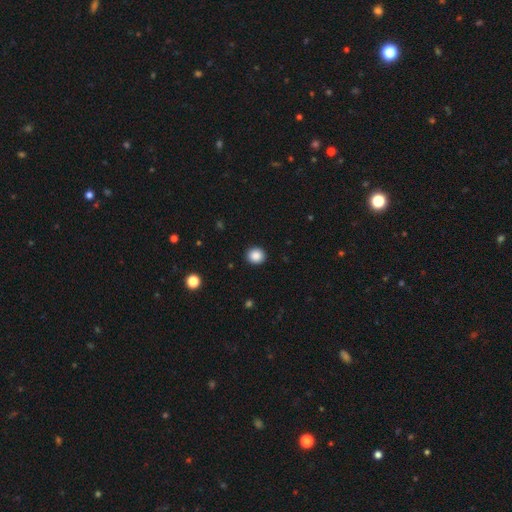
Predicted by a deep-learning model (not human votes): A smooth galaxy with no disk features (88%) that is round (86%).

Vote fractions:
- Smooth or featured? smooth: 88% / star or artifact: 10% / featured or disk: 3%
- How rounded? round: 86% / in between: 13% / cigar-shaped: 1%
- Merging? none: 92% / minor disturbance: 5% / major disturbance: 2% / merger: 1%